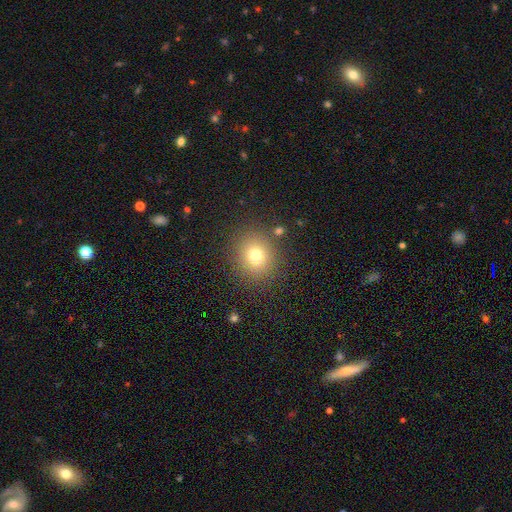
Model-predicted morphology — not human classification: Overall: smooth (74%). How rounded: round (85%). Merging: none (86%).